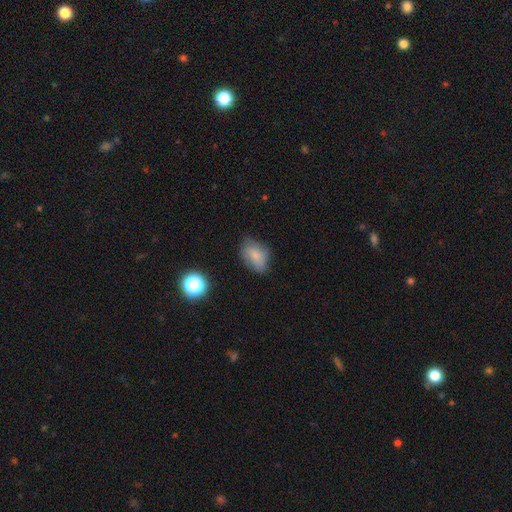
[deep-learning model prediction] Smooth or featured?
  - smooth: 77% *
  - featured or disk: 13%
  - star or artifact: 10%
How rounded?
  - in between: 80% *
  - round: 18%
  - cigar-shaped: 2%
Merging?
  - none: 60% *
  - minor disturbance: 31%
  - major disturbance: 8%
  - merger: 2%